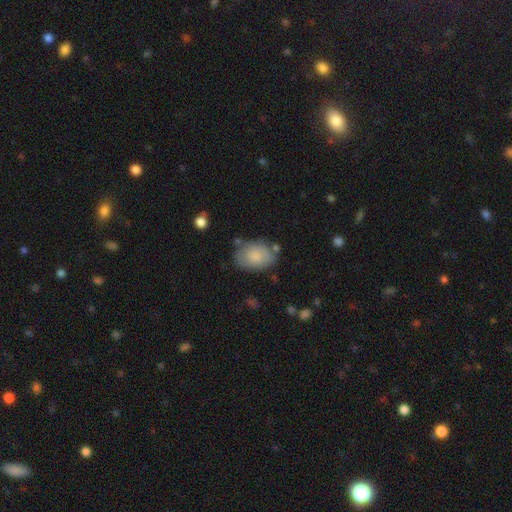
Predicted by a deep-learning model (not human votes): This appears to be a smooth galaxy with no disk features (79%) that is in between round and cigar-shaped (83%). Merging: none (67%).